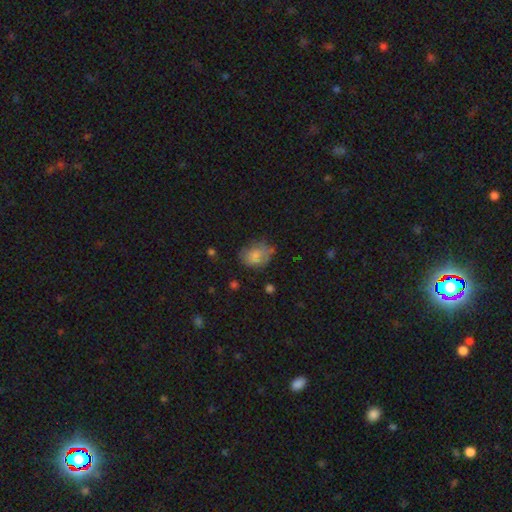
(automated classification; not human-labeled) The model was most divided on "how rounded": in between: 57%, round: 42%, cigar-shaped: 1%. More confident: smooth or featured — smooth (74%); merging — none (58%).